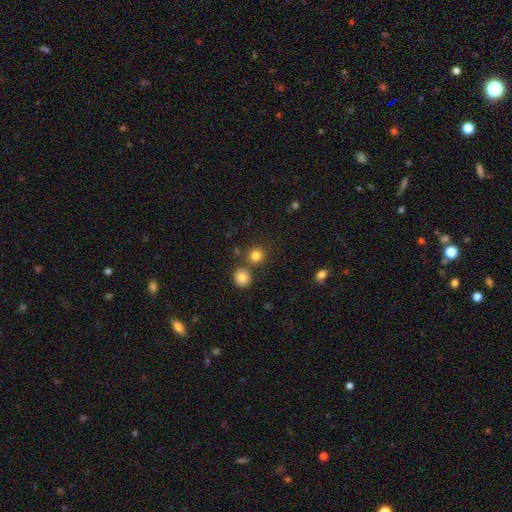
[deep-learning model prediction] Smooth or featured?
  - smooth: 81% *
  - star or artifact: 13%
  - featured or disk: 6%
How rounded?
  - round: 89% *
  - in between: 10%
  - cigar-shaped: 1%
Merging?
  - none: 73% *
  - merger: 17%
  - minor disturbance: 7%
  - major disturbance: 3%